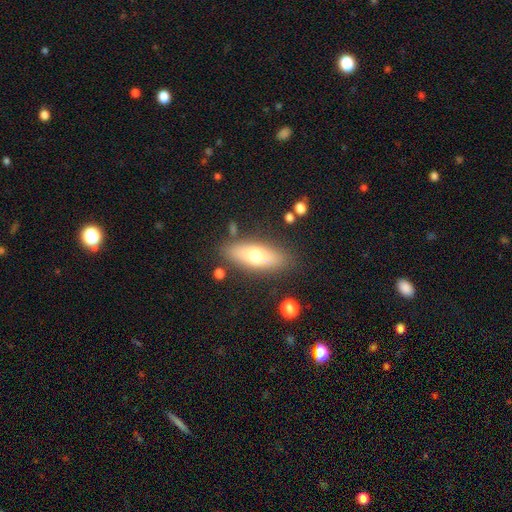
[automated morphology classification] The model was most divided on "how rounded": in between: 64%, cigar-shaped: 32%, round: 3%. More confident: merging — none (83%); smooth or featured — smooth (63%).